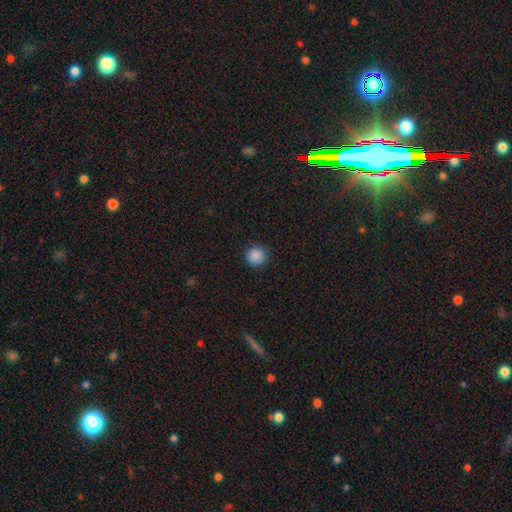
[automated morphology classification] A smooth galaxy with no disk features (88%) that is round (95%).

Vote fractions:
- Smooth or featured? smooth: 88% / star or artifact: 10% / featured or disk: 3%
- How rounded? round: 95% / in between: 4% / cigar-shaped: 1%
- Merging? none: 90% / minor disturbance: 7% / major disturbance: 2% / merger: 1%